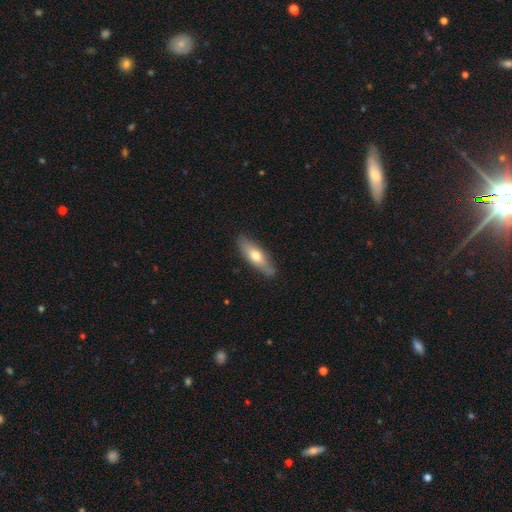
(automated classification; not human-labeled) smooth_or_featured: smooth (p=0.62) [alt: featured or disk p=0.33]
how_rounded: cigar-shaped (p=0.51) [alt: in between p=0.46]
merging: none (p=0.82) [alt: minor disturbance p=0.14]